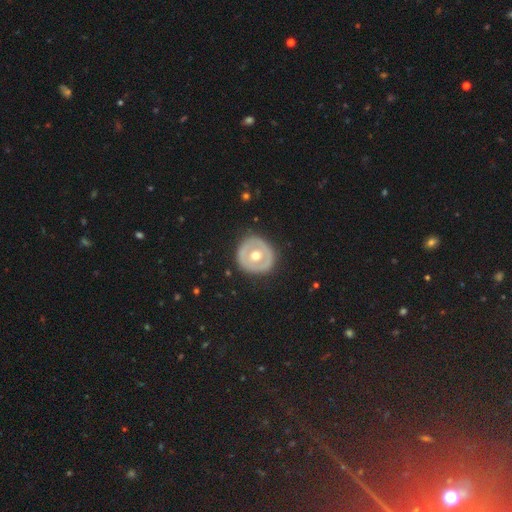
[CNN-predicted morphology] This is possibly a featured or disk galaxy (53%). It is clearly not viewed edge-on (94%). Merging: clearly none (87%).